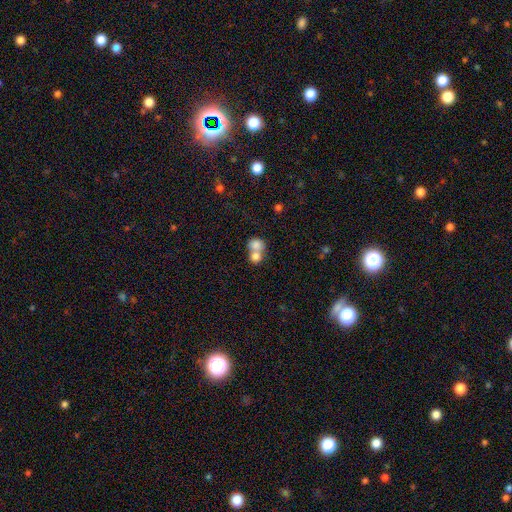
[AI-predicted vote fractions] Morphology: type=smooth (78%); roundness=round (70%); merging=merger (68%).